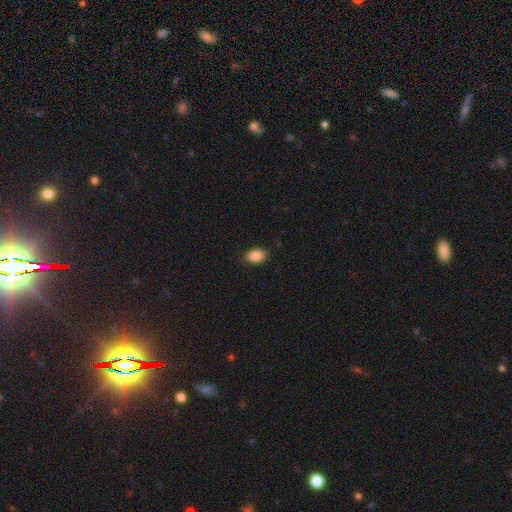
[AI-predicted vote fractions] The model was most divided on "how rounded": in between: 85%, round: 14%, cigar-shaped: 1%. More confident: smooth or featured — smooth (89%); merging — none (88%).